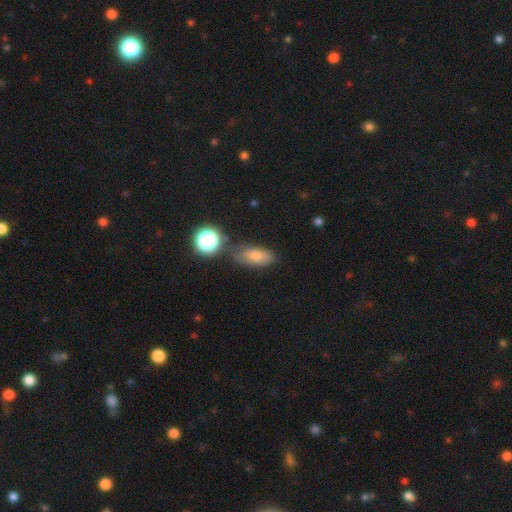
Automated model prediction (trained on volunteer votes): A smooth galaxy with no disk features (67%) that is in between round and cigar-shaped (79%).

Vote fractions:
- Smooth or featured? smooth: 67% / star or artifact: 20% / featured or disk: 13%
- How rounded? in between: 79% / cigar-shaped: 13% / round: 9%
- Merging? none: 76% / minor disturbance: 15% / merger: 5% / major disturbance: 4%